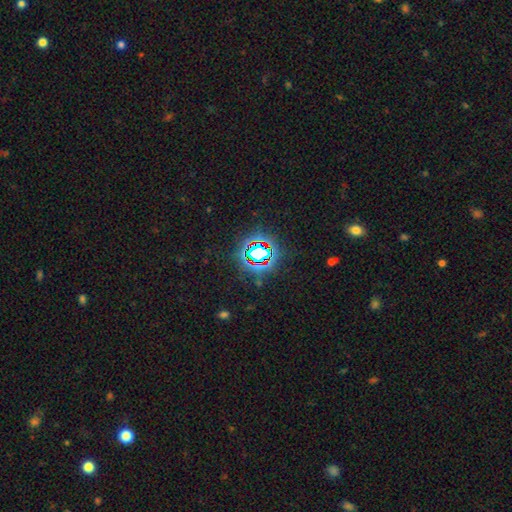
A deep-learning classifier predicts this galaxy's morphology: Smooth or featured? star or artifact (80%)